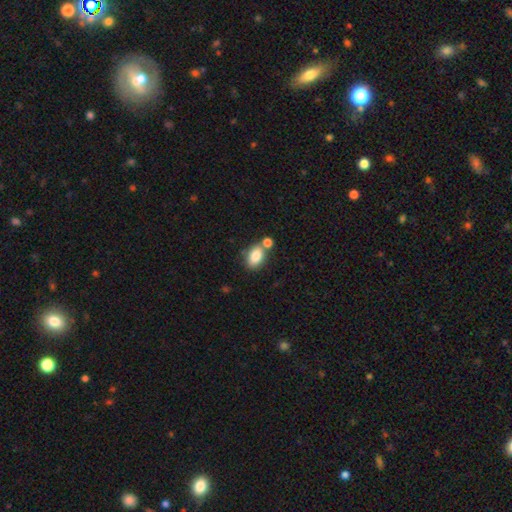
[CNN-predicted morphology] The model was most divided on "merging": none: 56%, merger: 27%, minor disturbance: 13%, major disturbance: 4%. More confident: how rounded — in between (84%); smooth or featured — smooth (83%).